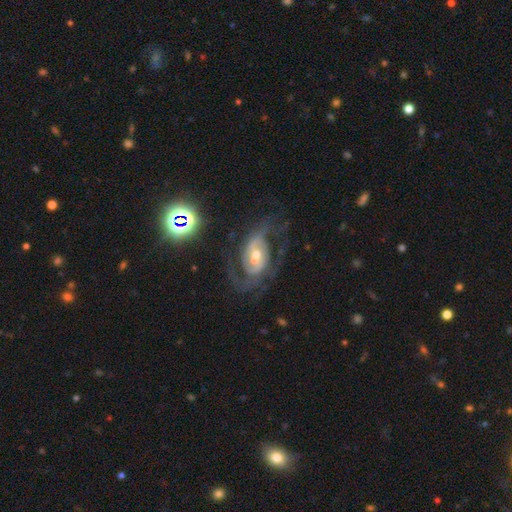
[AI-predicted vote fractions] The model was most divided on "bar": weak: 43%, no: 34%, strong: 23%. More confident: edge-on disk — no (97%); spiral arms — yes (94%); smooth or featured — featured or disk (85%); spiral arm count — 2 (71%); merging — none (62%); bulge size — moderate (58%); spiral winding — medium (50%).